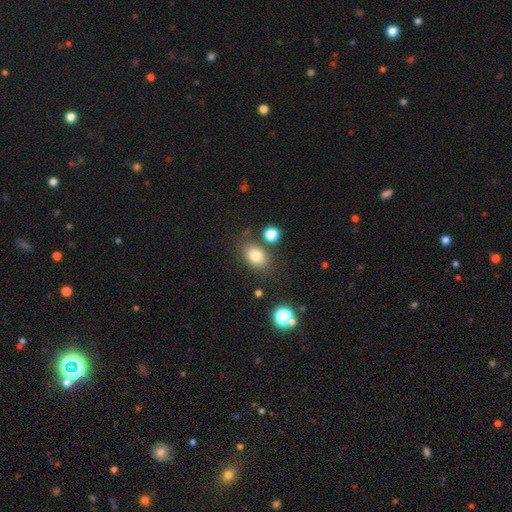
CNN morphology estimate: A smooth galaxy with no disk features (79%) that is in between round and cigar-shaped (70%). Merging: none (75%).